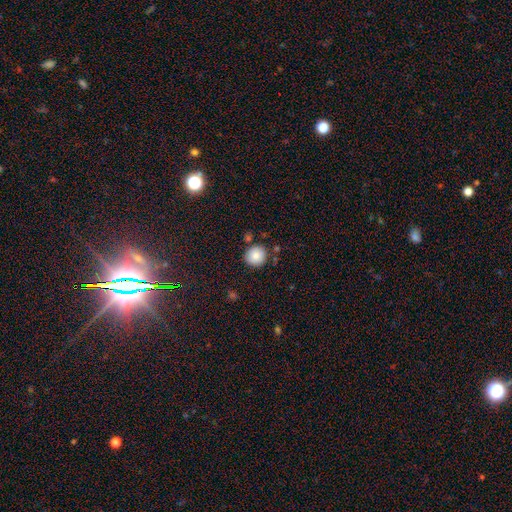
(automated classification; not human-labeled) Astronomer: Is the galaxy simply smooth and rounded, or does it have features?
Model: smooth — 85%.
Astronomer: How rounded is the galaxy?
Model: round — 90%.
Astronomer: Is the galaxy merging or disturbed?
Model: none — 83%.